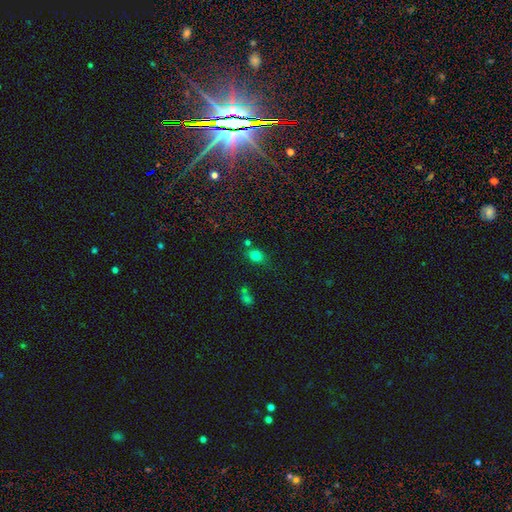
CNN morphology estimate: Smooth or featured? smooth (78%)
How rounded? in between (53%)
Merging? none (67%)